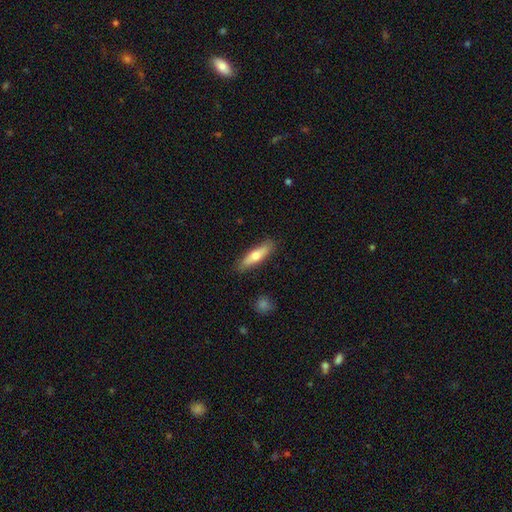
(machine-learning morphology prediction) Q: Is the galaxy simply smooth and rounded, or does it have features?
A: smooth — 62%.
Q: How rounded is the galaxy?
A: cigar-shaped — 69%.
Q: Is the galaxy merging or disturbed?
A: none — 86%.